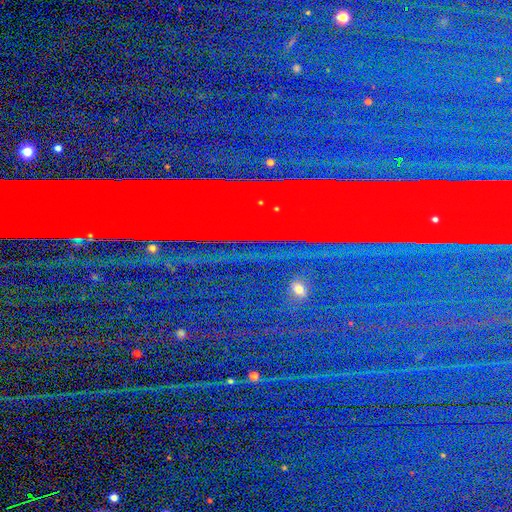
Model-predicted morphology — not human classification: A star or artifact, not a galaxy (86%).